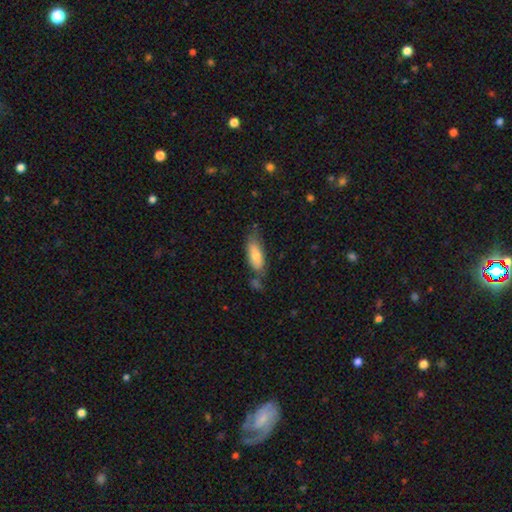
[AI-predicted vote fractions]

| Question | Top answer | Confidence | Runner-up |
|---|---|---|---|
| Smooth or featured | smooth | 74% | featured or disk (19%) |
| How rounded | in between | 73% | cigar-shaped (25%) |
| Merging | none | 50% | minor disturbance (28%) |